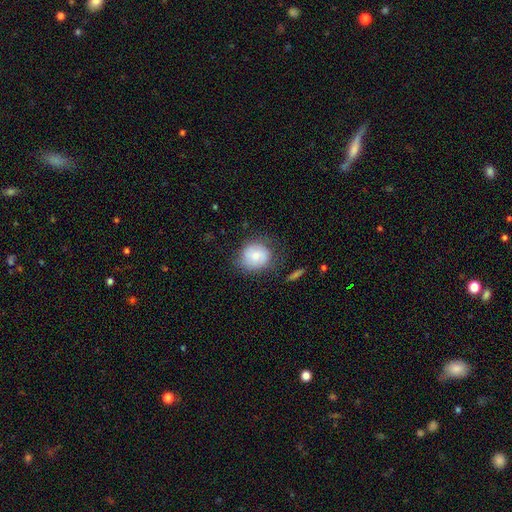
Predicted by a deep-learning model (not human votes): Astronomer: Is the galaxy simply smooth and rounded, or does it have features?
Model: smooth — 74%.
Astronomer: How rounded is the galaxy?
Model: round — 76%.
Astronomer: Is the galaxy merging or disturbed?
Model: none — 66%.